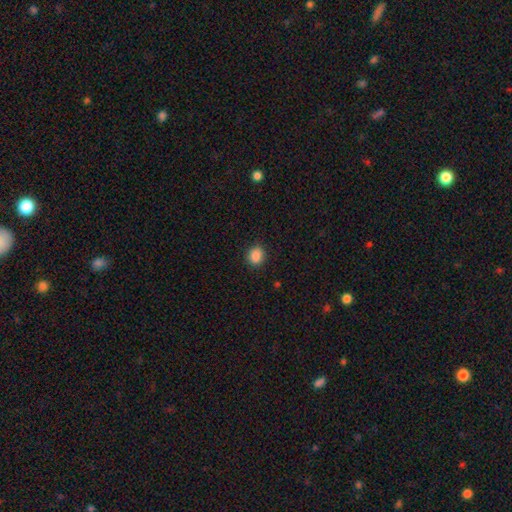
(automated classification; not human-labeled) Smooth or featured?
  - smooth: 87% *
  - star or artifact: 10%
  - featured or disk: 3%
How rounded?
  - round: 60% *
  - in between: 39%
  - cigar-shaped: 1%
Merging?
  - none: 88% *
  - minor disturbance: 9%
  - major disturbance: 2%
  - merger: 1%